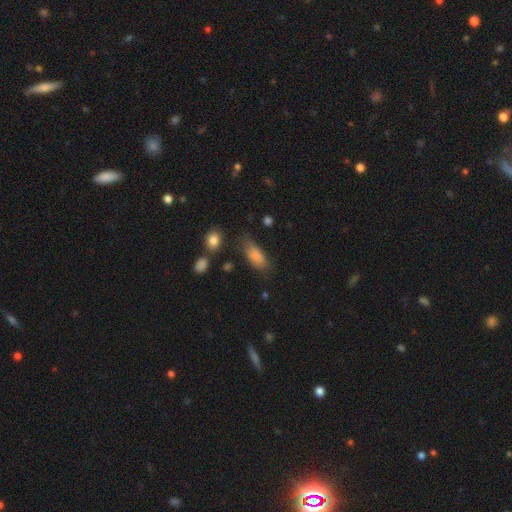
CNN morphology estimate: Smooth or featured? Predicted: smooth (p=0.84). How rounded? Predicted: in between (p=0.81). Merging? Predicted: none (p=0.63).